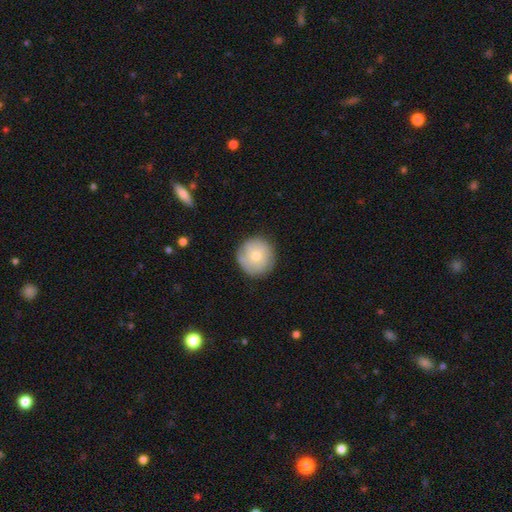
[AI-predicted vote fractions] This appears to be a smooth galaxy with no disk features (67%) that is round (95%). Merging: none (84%).